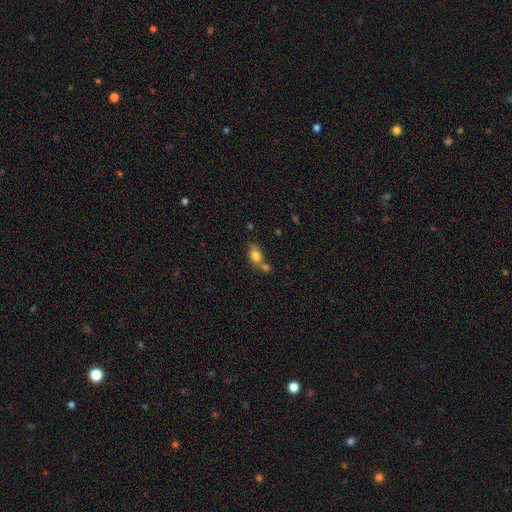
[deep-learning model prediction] A smooth galaxy with no disk features (79%) that is in between round and cigar-shaped (73%).

Vote fractions:
- Smooth or featured? smooth: 79% / featured or disk: 12% / star or artifact: 9%
- How rounded? in between: 73% / round: 24% / cigar-shaped: 3%
- Merging? none: 44% / merger: 37% / minor disturbance: 14% / major disturbance: 5%